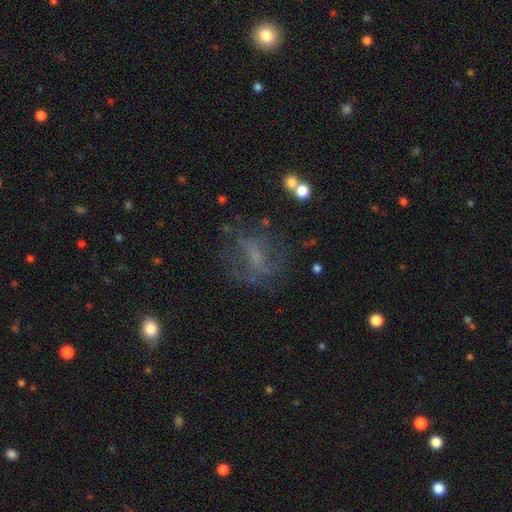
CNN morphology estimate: Q: Smooth or featured?
A: featured or disk (54%); runner-up: smooth (27%)
Q: Edge-on disk?
A: no (95%); runner-up: yes (5%)
Q: Bar?
A: no (47%); runner-up: weak (39%)
Q: Spiral arms?
A: yes (56%); runner-up: no (44%)
Q: Bulge size?
A: small (40%); runner-up: none (36%)
Q: Merging?
A: none (56%); runner-up: major disturbance (22%)